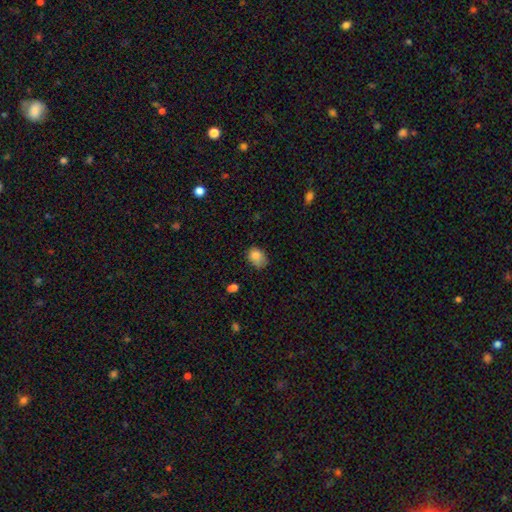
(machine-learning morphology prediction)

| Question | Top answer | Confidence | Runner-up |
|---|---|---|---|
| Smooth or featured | smooth | 82% | star or artifact (10%) |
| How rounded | in between | 60% | round (39%) |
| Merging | none | 61% | minor disturbance (30%) |